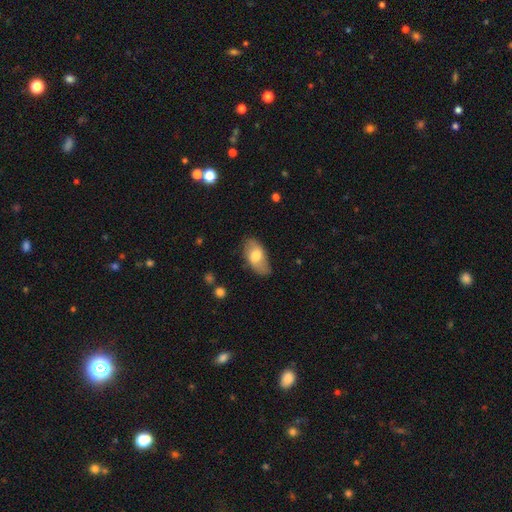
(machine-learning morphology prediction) This appears to be a smooth galaxy with no disk features (66%) that is in between round and cigar-shaped (93%). Merging: none (78%).